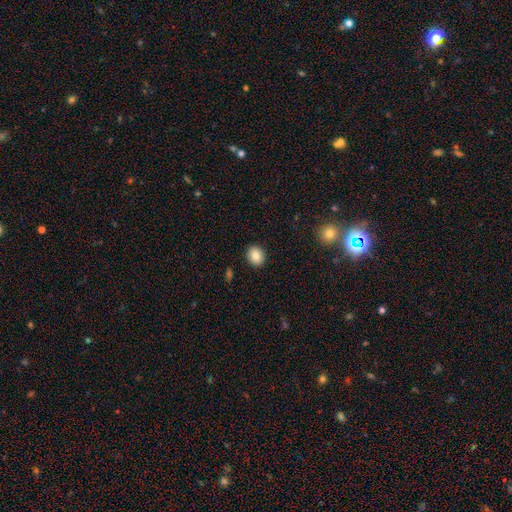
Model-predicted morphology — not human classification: Smooth or featured? Predicted: smooth (p=0.83). How rounded? Predicted: round (p=0.75). Merging? Predicted: none (p=0.91).